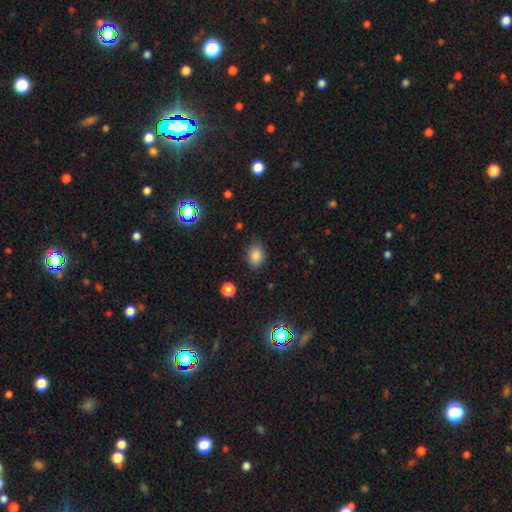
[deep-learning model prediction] Smooth or featured?
  - smooth: 83% *
  - star or artifact: 12%
  - featured or disk: 5%
How rounded?
  - in between: 70% *
  - round: 29%
  - cigar-shaped: 1%
Merging?
  - none: 78% *
  - minor disturbance: 17%
  - major disturbance: 4%
  - merger: 1%